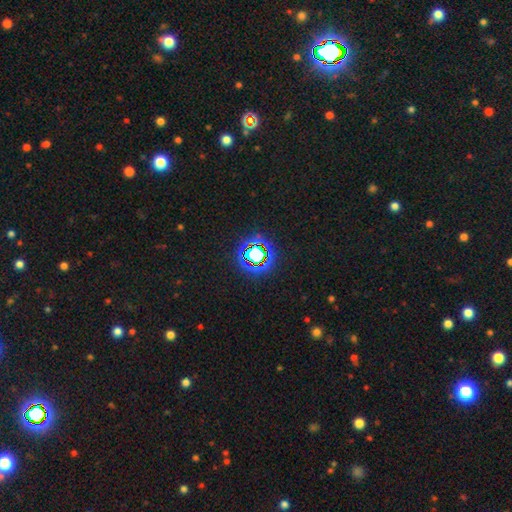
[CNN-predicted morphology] Q: Smooth or featured?
A: star or artifact (70%); runner-up: smooth (19%)